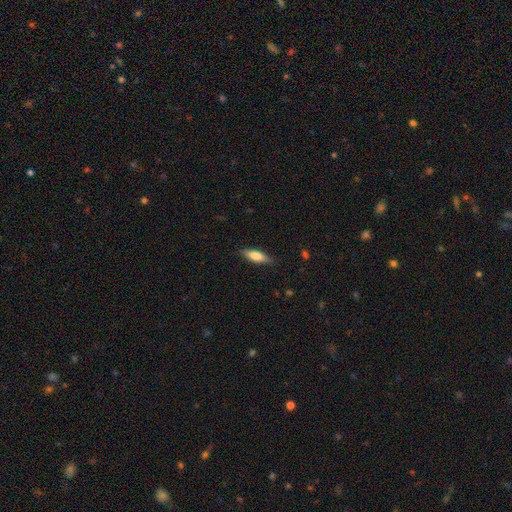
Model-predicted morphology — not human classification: Q: Smooth or featured?
A: smooth (72%); runner-up: featured or disk (22%)
Q: How rounded?
A: in between (50%); runner-up: cigar-shaped (48%)
Q: Merging?
A: none (84%); runner-up: minor disturbance (12%)